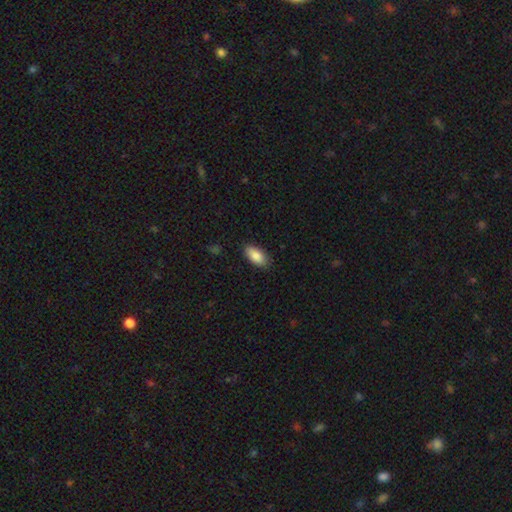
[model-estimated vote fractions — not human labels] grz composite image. It shows a smooth galaxy with no disk features (87%) that is in between round and cigar-shaped (91%). Merging: none (86%).